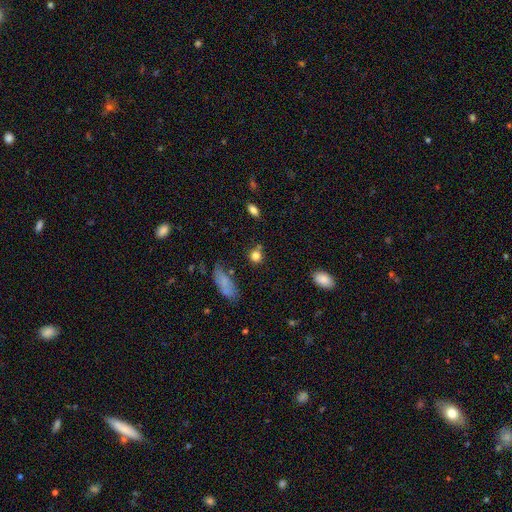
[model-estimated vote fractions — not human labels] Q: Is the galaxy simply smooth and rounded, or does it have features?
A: smooth — 81%.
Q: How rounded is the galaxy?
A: round — 82%.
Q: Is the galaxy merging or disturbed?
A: none — 71%.